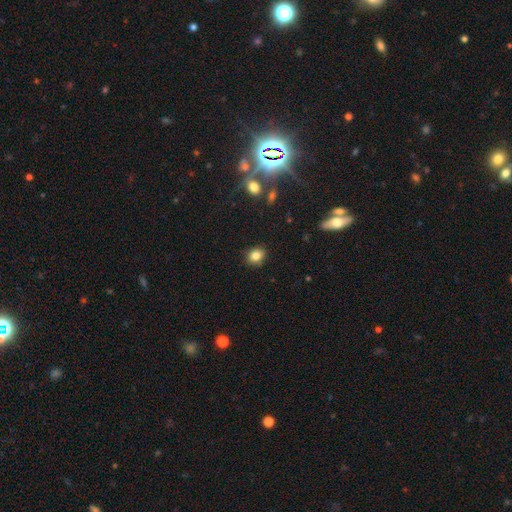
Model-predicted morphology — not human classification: smooth_or_featured: smooth (p=0.84) [alt: star or artifact p=0.10]
how_rounded: round (p=0.56) [alt: in between p=0.43]
merging: none (p=0.87) [alt: minor disturbance p=0.09]